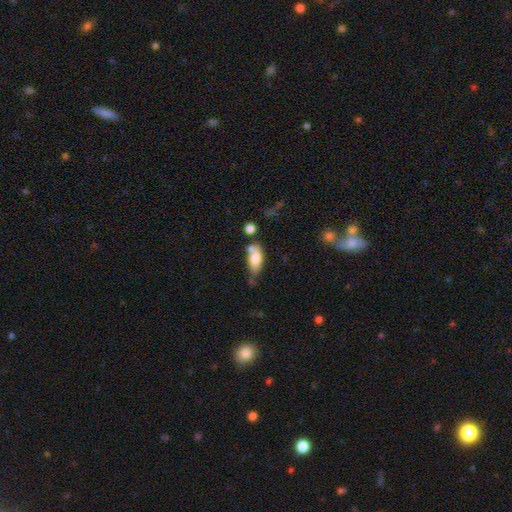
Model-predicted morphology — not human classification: This is likely a smooth galaxy (74%). How rounded: clearly in between (83%). Merging: marginally none (41%).